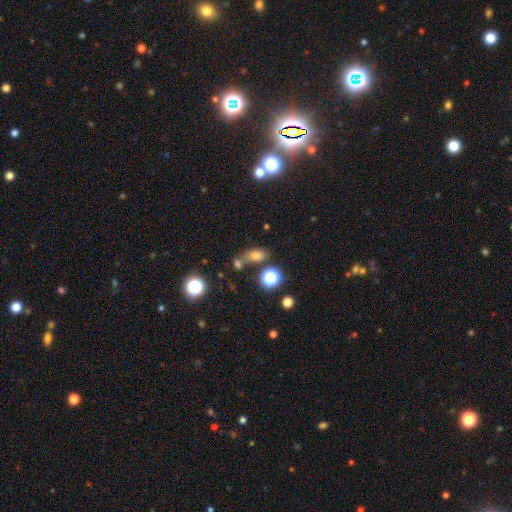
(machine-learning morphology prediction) smooth_or_featured: smooth (p=0.69) [alt: star or artifact p=0.20]
how_rounded: in between (p=0.75) [alt: round p=0.20]
merging: none (p=0.57) [alt: merger p=0.24]